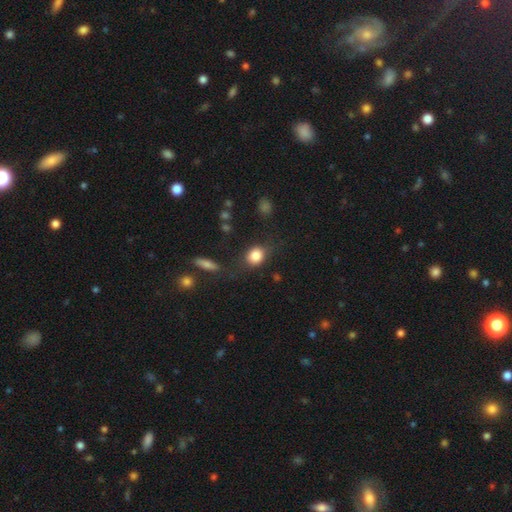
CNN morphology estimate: smooth 82%, star or artifact 9%, featured or disk 8%. Down the decision tree: how rounded — round (60%); merging — none (70%).